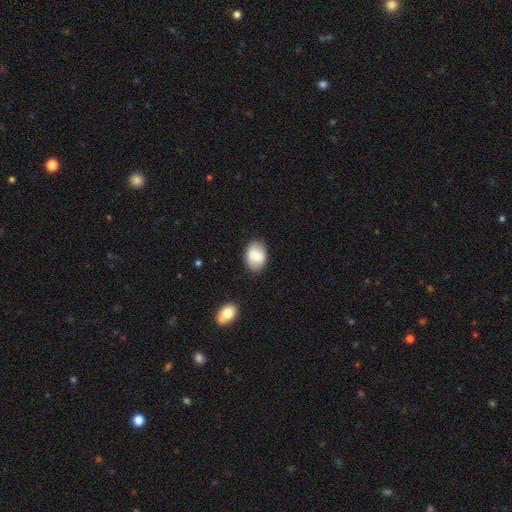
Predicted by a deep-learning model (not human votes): This appears to be a smooth galaxy with no disk features (83%) that is in between round and cigar-shaped (80%). Merging: none (81%).